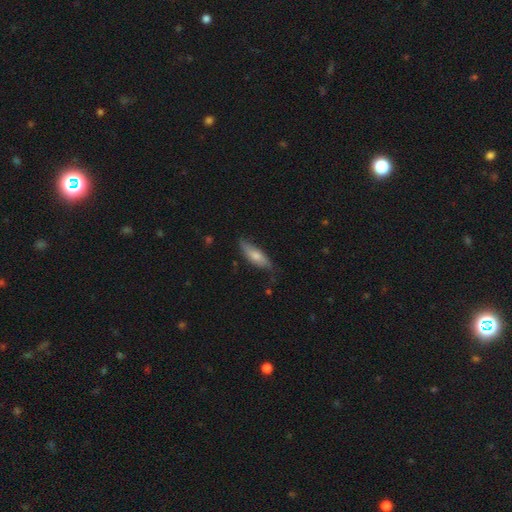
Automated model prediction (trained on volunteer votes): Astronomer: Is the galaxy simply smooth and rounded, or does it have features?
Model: smooth — 67%.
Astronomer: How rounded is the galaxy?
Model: in between — 55% (runner-up: cigar-shaped, 43%).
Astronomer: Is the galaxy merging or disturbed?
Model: none — 69%.